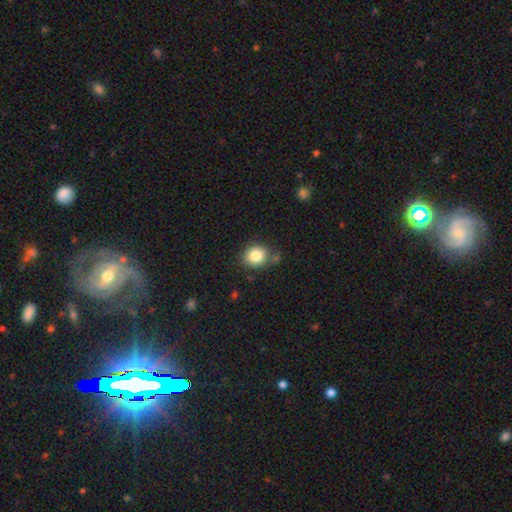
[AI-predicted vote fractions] smooth_or_featured: smooth (p=0.84) [alt: star or artifact p=0.10]
how_rounded: round (p=0.74) [alt: in between p=0.25]
merging: none (p=0.76) [alt: minor disturbance p=0.14]